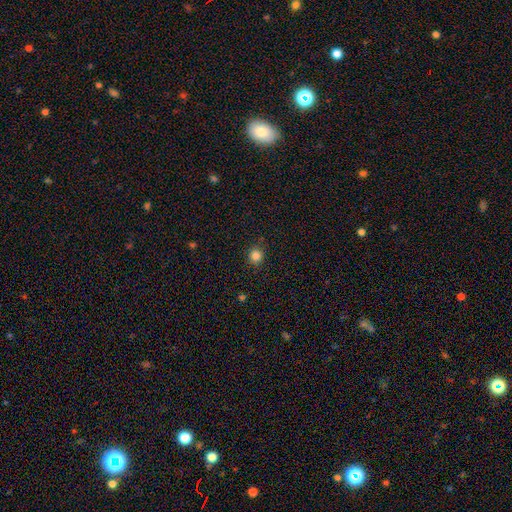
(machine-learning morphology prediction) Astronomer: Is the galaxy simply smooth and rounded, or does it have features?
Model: smooth — 85%.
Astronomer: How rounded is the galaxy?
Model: round — 91%.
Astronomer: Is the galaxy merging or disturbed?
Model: none — 89%.